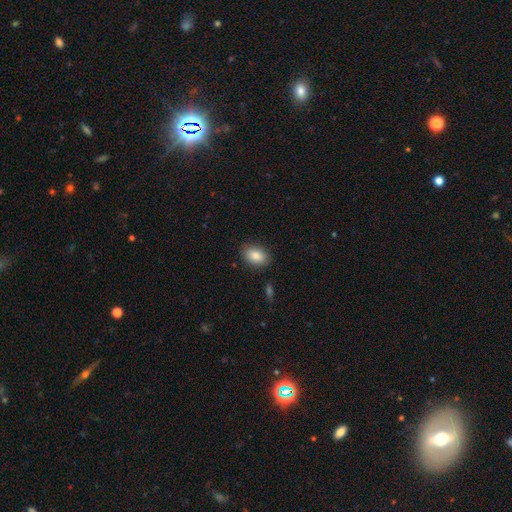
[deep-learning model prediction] Morphology: type=smooth (86%); roundness=in between (86%); merging=none (86%).